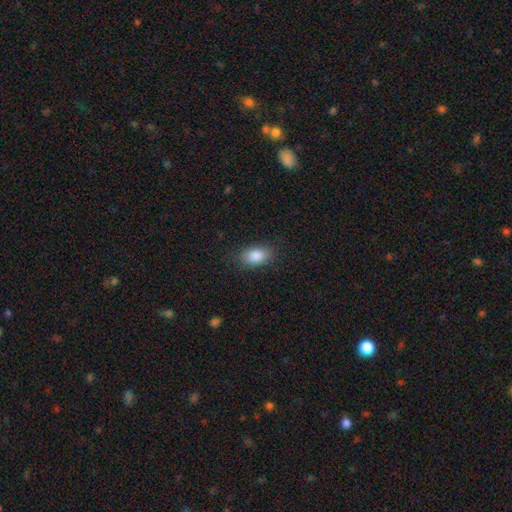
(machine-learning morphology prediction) smooth 87%, star or artifact 8%, featured or disk 5%. Down the decision tree: how rounded — in between (88%); merging — none (84%).